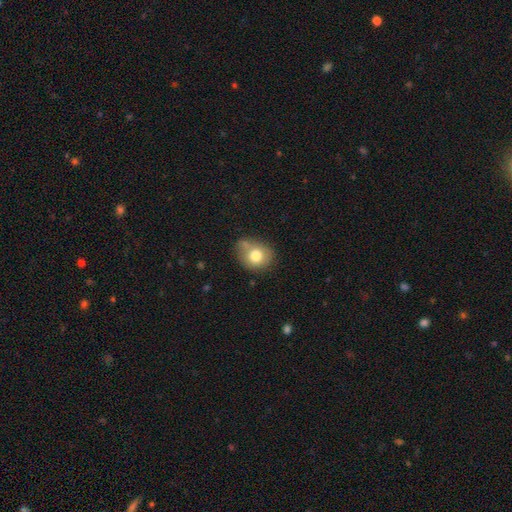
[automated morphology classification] A smooth galaxy with no disk features (77%) that is round (66%). Merging: none (58%).